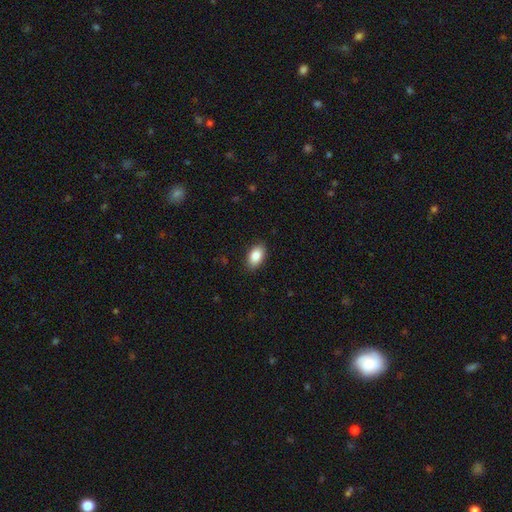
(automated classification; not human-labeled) Smooth or featured? smooth (86%)
How rounded? in between (92%)
Merging? none (88%)